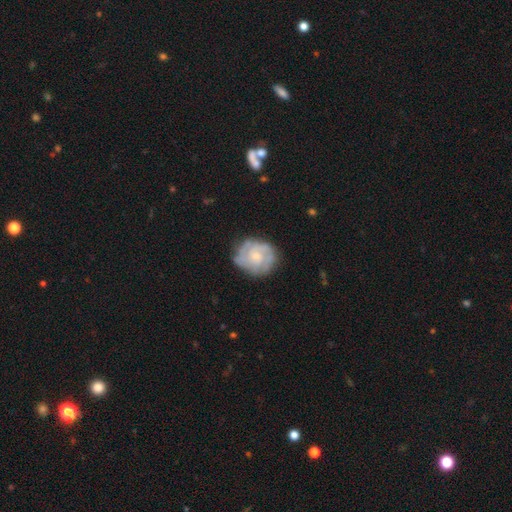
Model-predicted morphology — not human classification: featured or disk 73%, smooth 21%, star or artifact 6%. Down the decision tree: edge-on disk — no (98%); bar — no (75%); spiral arms — yes (87%); spiral arm count — can't tell (35%); spiral winding — tight (60%); bulge size — small (57%); merging — none (73%).